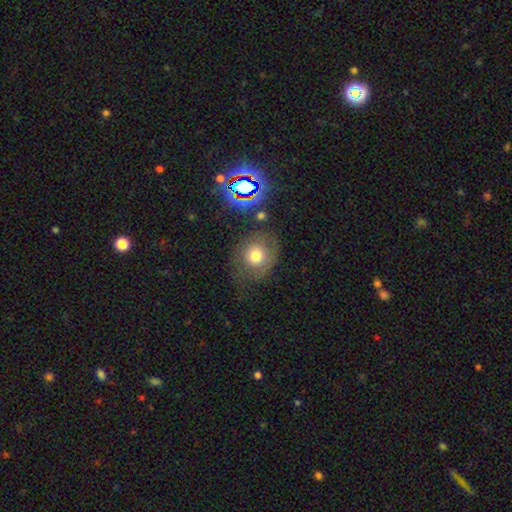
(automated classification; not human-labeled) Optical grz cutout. It shows a smooth galaxy with no disk features (62%) that is round (76%). Merging: none (59%).